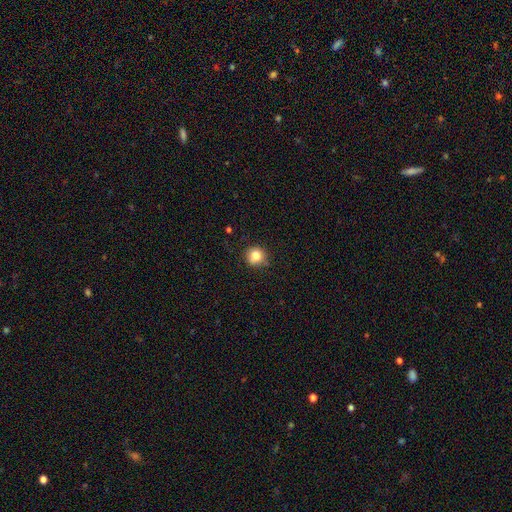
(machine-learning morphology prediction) Overall: smooth (82%). How rounded: round (91%). Merging: none (84%).